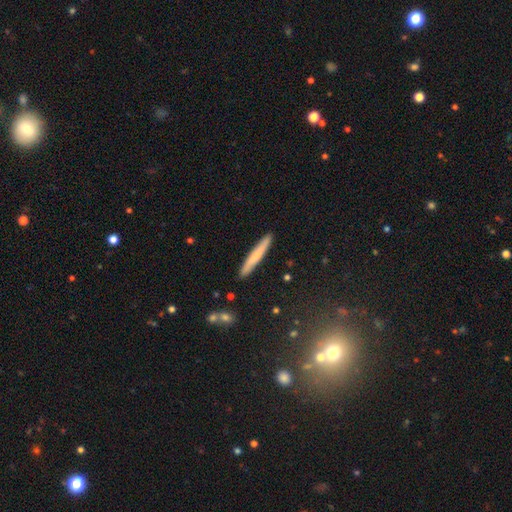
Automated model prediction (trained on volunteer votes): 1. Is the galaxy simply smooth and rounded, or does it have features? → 65% smooth, 29% featured or disk, 6% star or artifact.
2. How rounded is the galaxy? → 96% cigar-shaped, 3% in between, 1% round.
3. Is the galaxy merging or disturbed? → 91% none, 7% minor disturbance, 1% major disturbance, 1% merger.